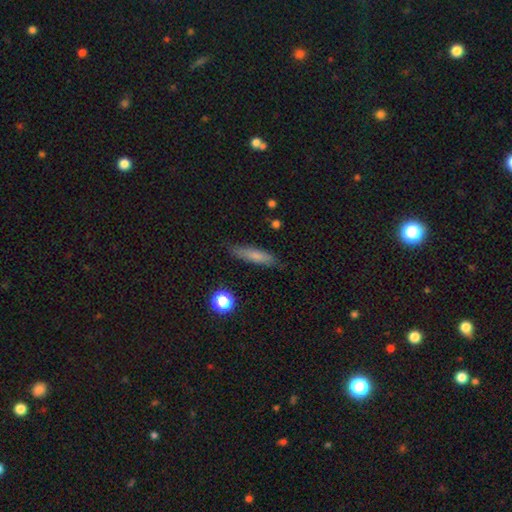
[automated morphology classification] Smooth or featured? Predicted: smooth (p=0.71). How rounded? Predicted: cigar-shaped (p=0.79). Merging? Predicted: none (p=0.83).